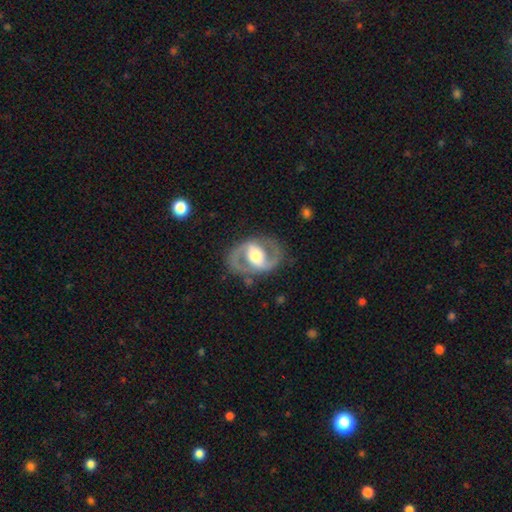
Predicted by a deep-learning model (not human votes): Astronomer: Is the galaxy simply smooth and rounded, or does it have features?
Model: featured or disk — 86%.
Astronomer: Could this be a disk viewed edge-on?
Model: no — 97%.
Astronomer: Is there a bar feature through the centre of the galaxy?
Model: strong — 41% (runner-up: weak, 36%).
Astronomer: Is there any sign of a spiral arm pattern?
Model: yes — 89%.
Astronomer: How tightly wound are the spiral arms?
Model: medium — 60%.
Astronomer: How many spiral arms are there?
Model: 2 — 93%.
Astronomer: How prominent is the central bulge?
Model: moderate — 63%.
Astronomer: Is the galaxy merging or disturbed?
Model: none — 82%.